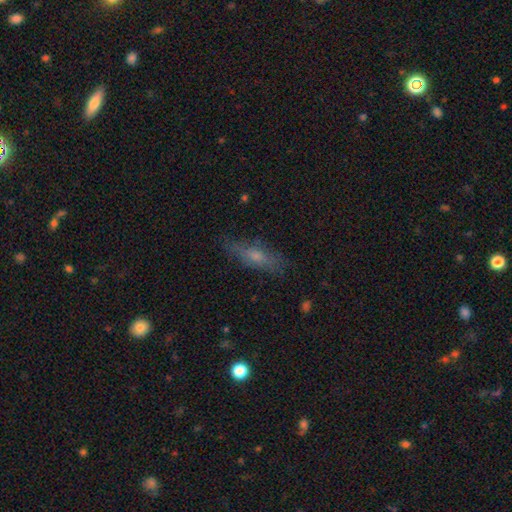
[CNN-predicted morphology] Smooth or featured? smooth (48%)
Merging? none (79%)